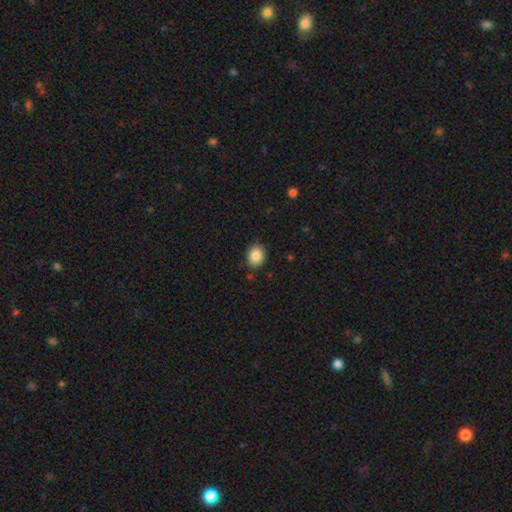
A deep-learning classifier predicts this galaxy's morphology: Overall: smooth (87%). How rounded: round (55%; in between 45%). Merging: none (87%).